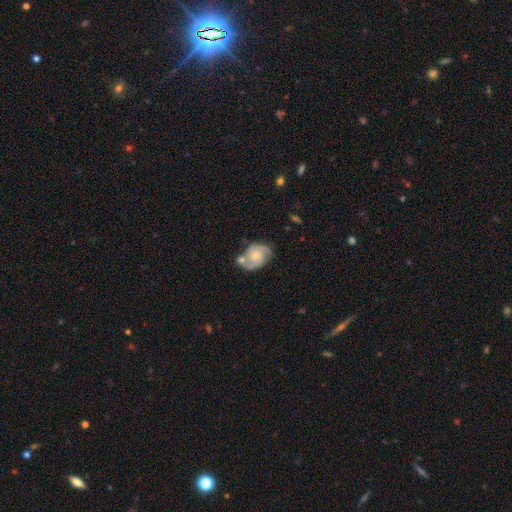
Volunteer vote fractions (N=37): smooth_or_featured: featured or disk (p=0.92) [alt: smooth p=0.08]
disk_edge_on: no (p=1.00)
bar: no (p=0.59) [alt: weak p=0.38]
has_spiral_arms: yes (p=0.94) [alt: no p=0.06]
spiral_winding: tight (p=0.44) [alt: medium p=0.31]
spiral_arm_count: 2 (p=0.88) [alt: 3 p=0.06]
bulge_size: small (p=0.50) [alt: moderate p=0.41]
merging: none (p=0.38) [alt: minor disturbance p=0.30]